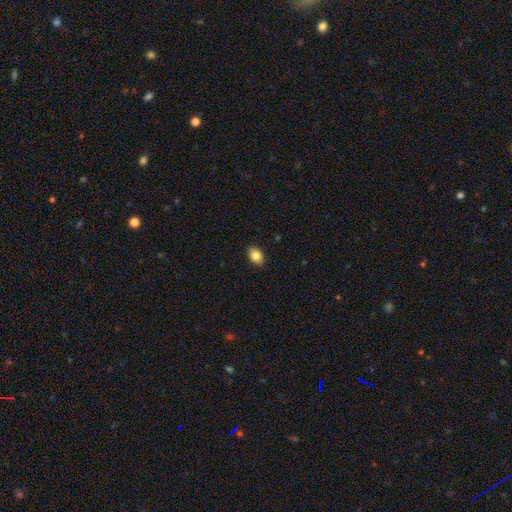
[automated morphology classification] A smooth galaxy with no disk features (85%) that is in between round and cigar-shaped (69%).

Vote fractions:
- Smooth or featured? smooth: 85% / star or artifact: 9% / featured or disk: 6%
- How rounded? in between: 69% / round: 30% / cigar-shaped: 1%
- Merging? none: 88% / minor disturbance: 9% / major disturbance: 2% / merger: 1%